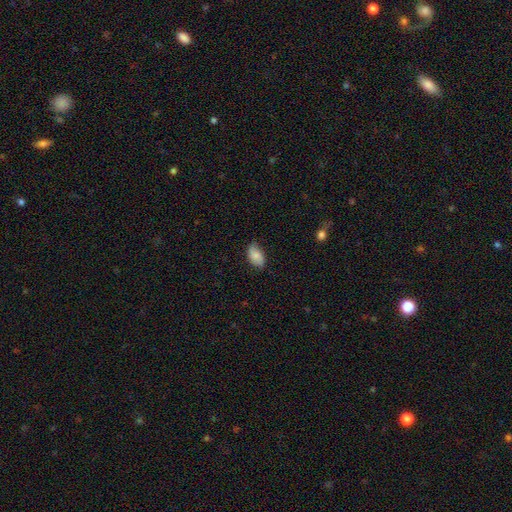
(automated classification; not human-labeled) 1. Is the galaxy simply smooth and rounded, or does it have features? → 80% smooth, 13% featured or disk, 7% star or artifact.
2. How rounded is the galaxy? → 93% in between, 6% round, 2% cigar-shaped.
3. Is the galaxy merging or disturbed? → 72% none, 23% minor disturbance, 4% major disturbance, 1% merger.